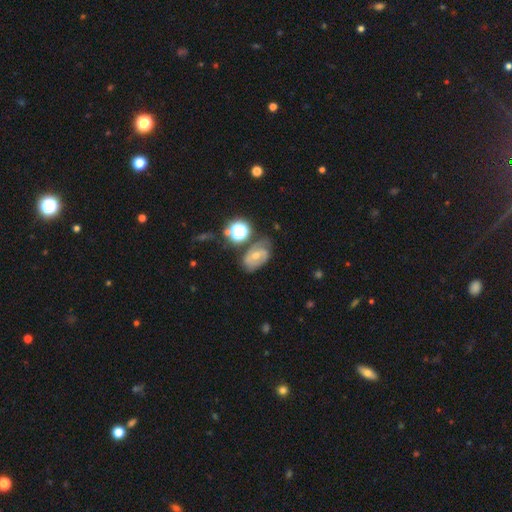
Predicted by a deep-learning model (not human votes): smooth-or-featured: featured or disk: 55% | smooth: 29% | star or artifact: 16%
  disk-edge-on: no: 95% | yes: 5%
    bar: no: 49% | weak: 37% | strong: 14%
    has-spiral-arms: yes: 78% | no: 22%
    bulge-size: moderate: 55% | small: 40% | large: 3% | none: 2% | dominant: 1%
  merging: none: 59% | minor disturbance: 24% | major disturbance: 10% | merger: 7%